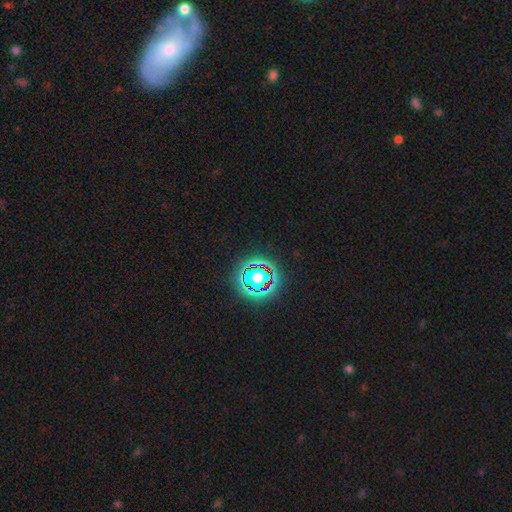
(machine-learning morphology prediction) Q: Smooth or featured?
A: star or artifact (67%); runner-up: smooth (17%)